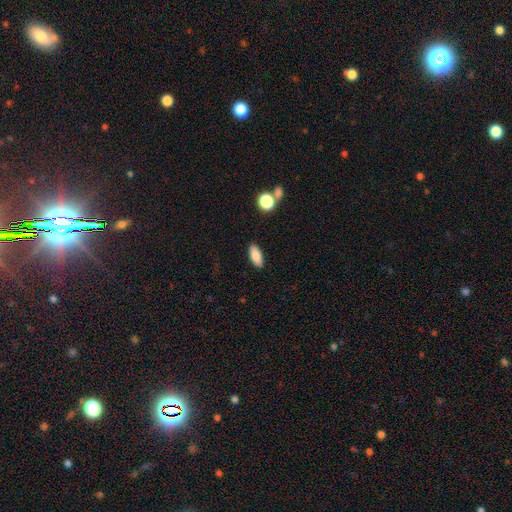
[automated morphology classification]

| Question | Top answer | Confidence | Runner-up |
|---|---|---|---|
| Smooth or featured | smooth | 83% | featured or disk (9%) |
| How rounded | in between | 80% | cigar-shaped (17%) |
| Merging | none | 89% | minor disturbance (8%) |